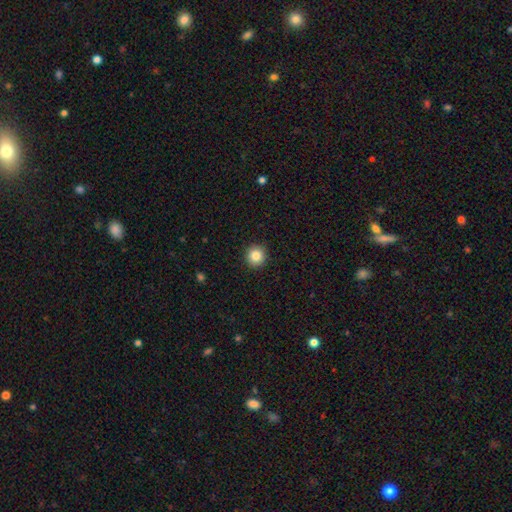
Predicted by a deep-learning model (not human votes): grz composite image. It shows a smooth galaxy with no disk features (85%) that is round (94%). Merging: none (92%).